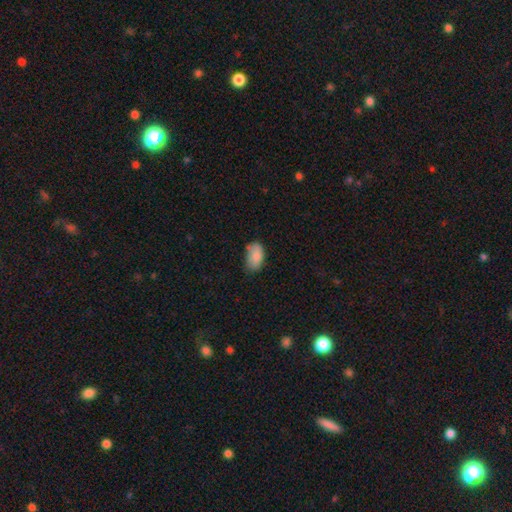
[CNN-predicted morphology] Smooth or featured? smooth (85%)
How rounded? in between (92%)
Merging? none (60%)